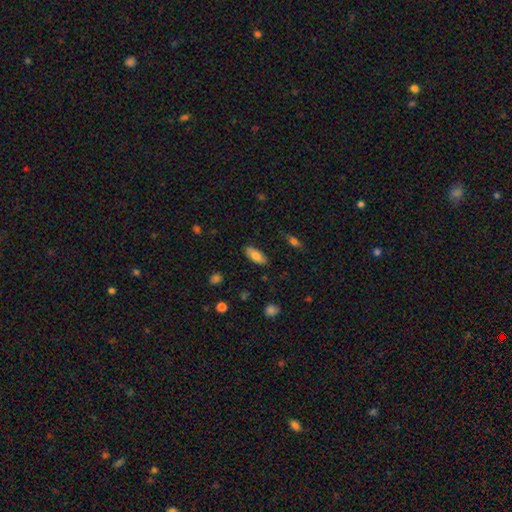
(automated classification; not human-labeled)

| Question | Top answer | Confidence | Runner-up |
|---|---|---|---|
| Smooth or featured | smooth | 81% | featured or disk (12%) |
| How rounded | in between | 82% | cigar-shaped (16%) |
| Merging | none | 84% | minor disturbance (12%) |